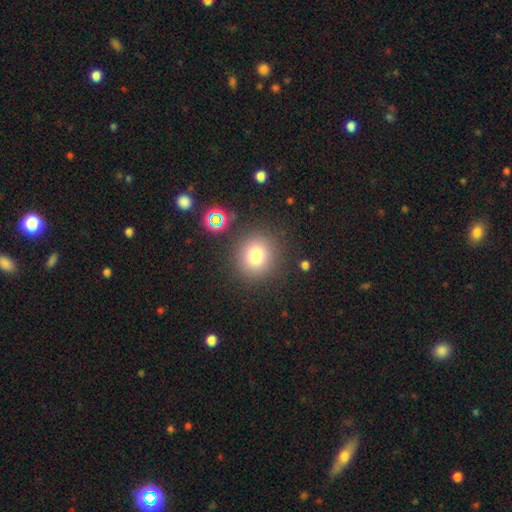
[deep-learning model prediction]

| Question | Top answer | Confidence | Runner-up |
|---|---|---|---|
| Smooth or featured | smooth | 75% | star or artifact (15%) |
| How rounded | round | 90% | in between (9%) |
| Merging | none | 86% | minor disturbance (8%) |